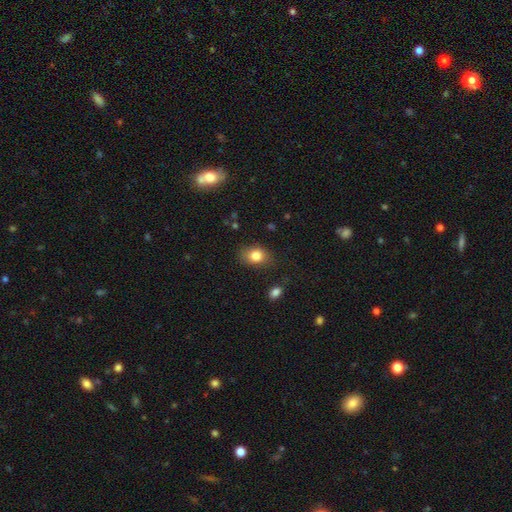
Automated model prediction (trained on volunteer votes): Smooth or featured: smooth — 81% (star or artifact — 10%)
How rounded: in between — 67% (round — 31%)
Merging: none — 77% (minor disturbance — 16%)